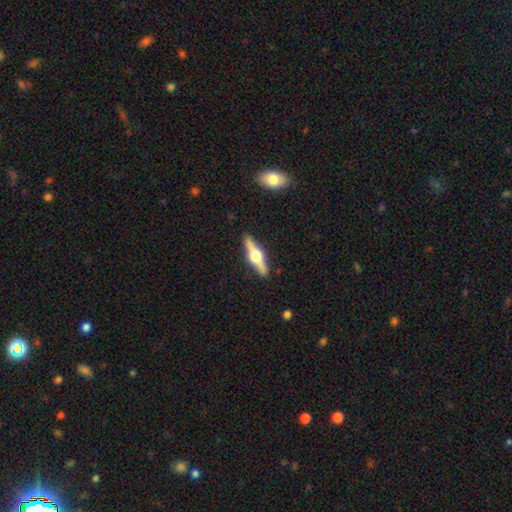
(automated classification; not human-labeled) This is likely a featured or disk galaxy (77%). It is clearly viewed edge-on (98%). Edge-on bulge: clearly rounded (96%). Merging: clearly none (91%).